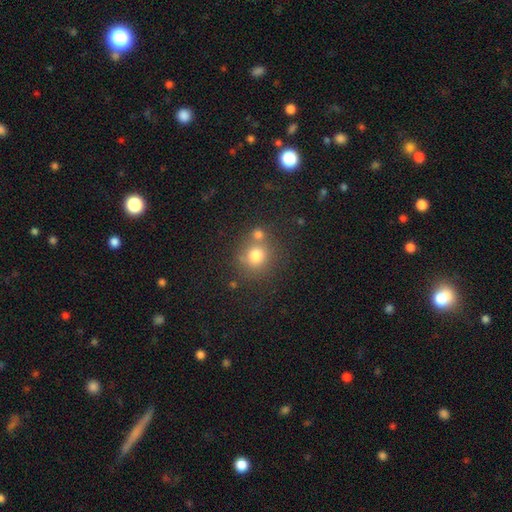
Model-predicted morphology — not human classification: Overall: smooth (76%). How rounded: round (88%). Merging: none (59%; merger 27%).